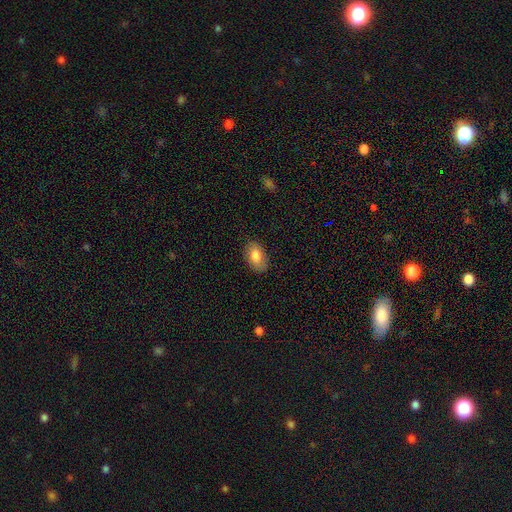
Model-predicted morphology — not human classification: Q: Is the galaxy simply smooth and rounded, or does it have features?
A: smooth — 77%.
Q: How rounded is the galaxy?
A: in between — 91%.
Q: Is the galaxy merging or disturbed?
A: none — 83%.